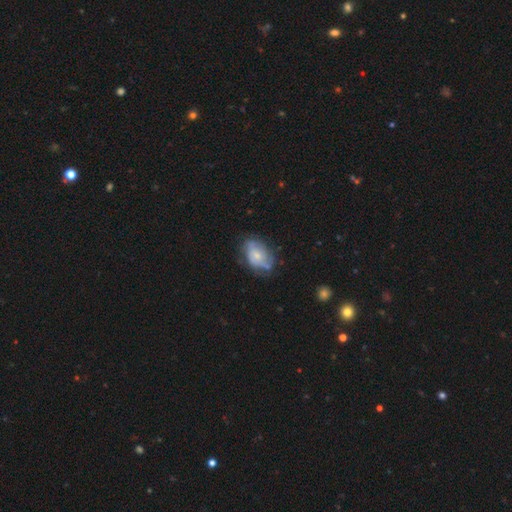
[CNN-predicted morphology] type=featured or disk (50%); edge-on=no (96%); merging=none (53%).